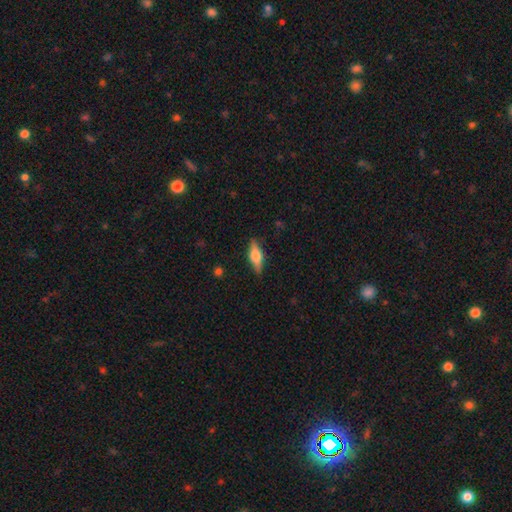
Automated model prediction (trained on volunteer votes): This appears to be a featured or disk galaxy (52%) viewed edge-on (94%). Merging: none (87%).